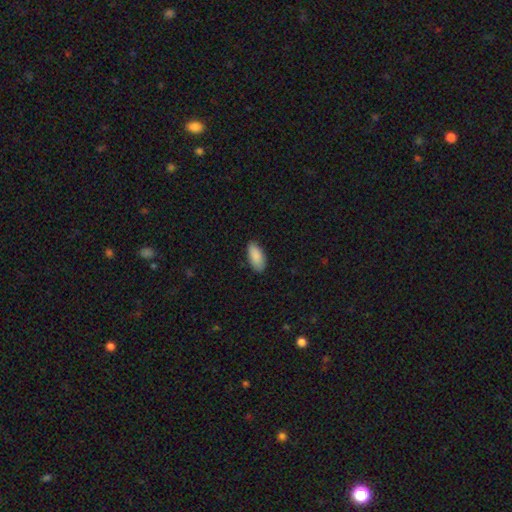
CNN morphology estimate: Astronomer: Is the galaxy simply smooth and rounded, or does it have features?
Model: smooth — 90%.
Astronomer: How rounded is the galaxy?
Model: in between — 90%.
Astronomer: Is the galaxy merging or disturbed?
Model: none — 85%.